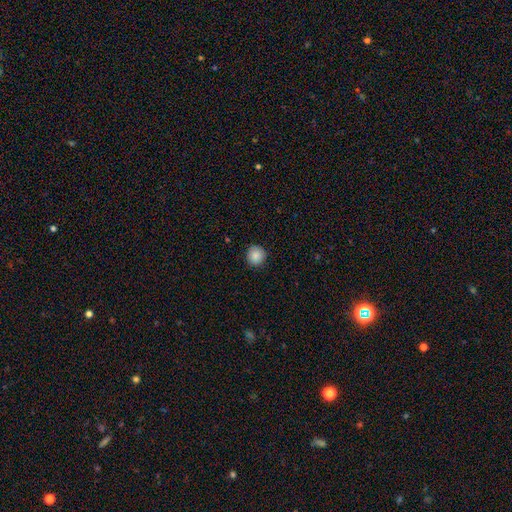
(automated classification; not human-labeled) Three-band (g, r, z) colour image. It shows a smooth galaxy with no disk features (88%) that is round (94%). Merging: none (90%).